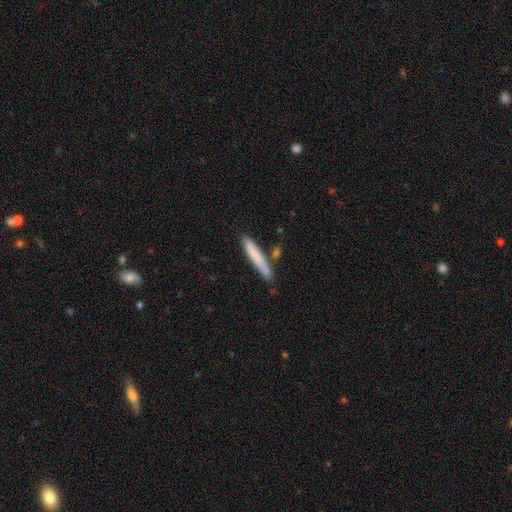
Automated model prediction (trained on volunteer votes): A smooth galaxy with no disk features (73%) that is cigar-shaped (93%). Merging: none (73%).